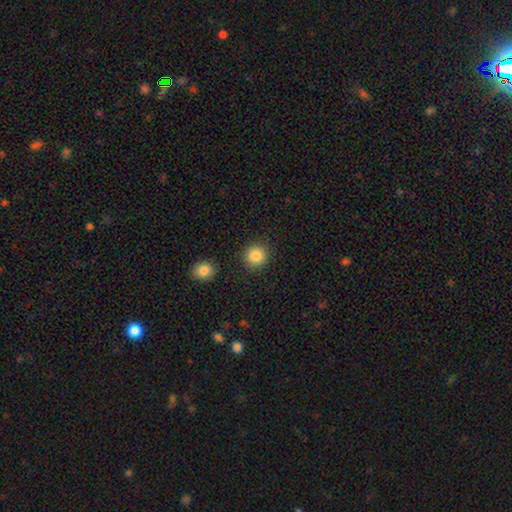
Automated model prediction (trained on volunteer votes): A smooth galaxy with no disk features (87%) that is round (93%). Merging: none (89%).